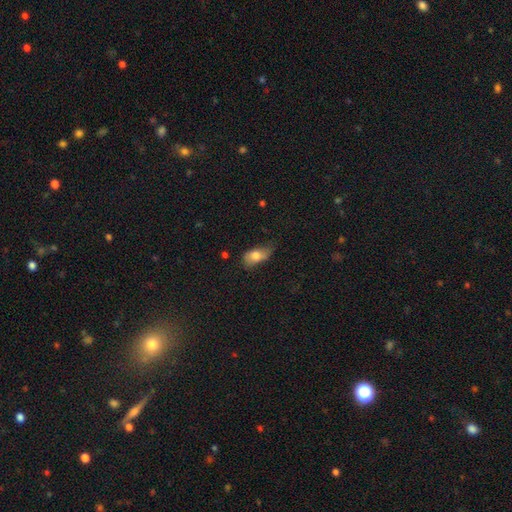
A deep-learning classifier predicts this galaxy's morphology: This is likely a smooth galaxy (74%). How rounded: clearly in between (88%). Merging: marginally minor disturbance (41%).